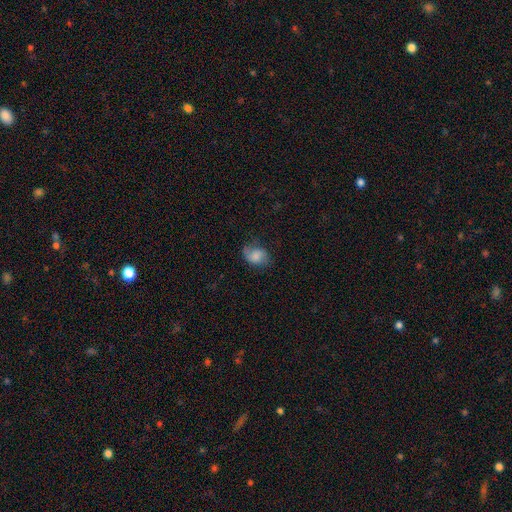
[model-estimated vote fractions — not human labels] smooth 64%, featured or disk 27%, star or artifact 9%. Down the decision tree: how rounded — in between (66%); merging — none (62%).